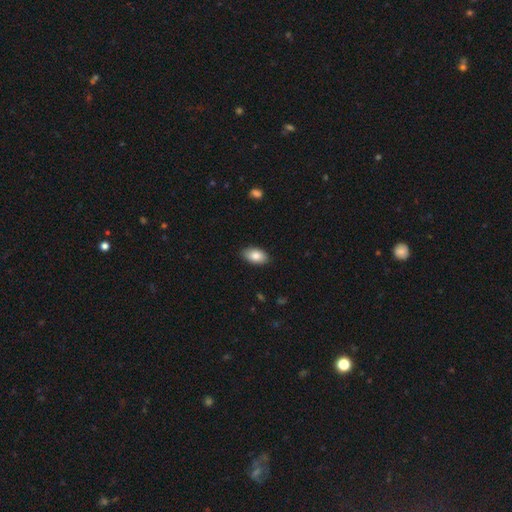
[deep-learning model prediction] smooth_or_featured: smooth (p=0.84) [alt: featured or disk p=0.09]
how_rounded: in between (p=0.94) [alt: round p=0.04]
merging: none (p=0.88) [alt: minor disturbance p=0.09]